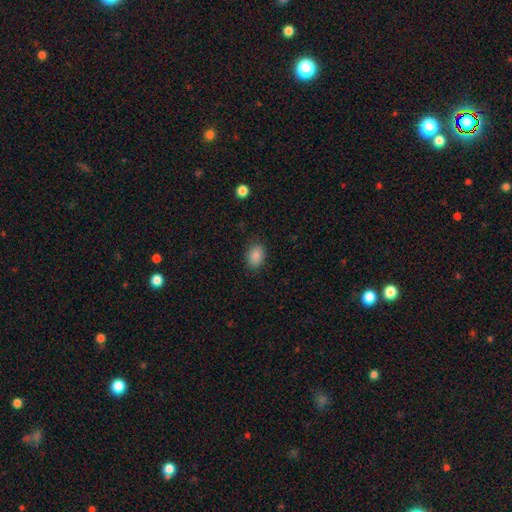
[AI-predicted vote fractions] A smooth galaxy with no disk features (88%) that is in between round and cigar-shaped (80%).

Vote fractions:
- Smooth or featured? smooth: 88% / star or artifact: 8% / featured or disk: 4%
- How rounded? in between: 80% / round: 19% / cigar-shaped: 1%
- Merging? none: 84% / minor disturbance: 11% / major disturbance: 3% / merger: 1%